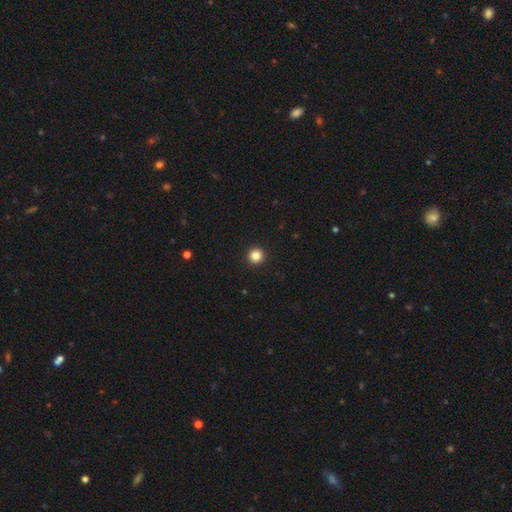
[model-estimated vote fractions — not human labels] This is clearly a smooth galaxy (85%). How rounded: clearly round (96%). Merging: clearly none (94%).